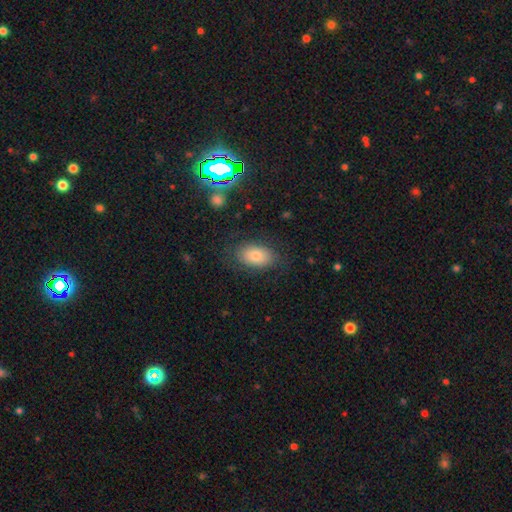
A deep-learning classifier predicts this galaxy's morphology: A smooth galaxy with no disk features (74%) that is in between round and cigar-shaped (89%).

Vote fractions:
- Smooth or featured? smooth: 74% / featured or disk: 14% / star or artifact: 13%
- How rounded? in between: 89% / round: 10% / cigar-shaped: 1%
- Merging? none: 80% / minor disturbance: 13% / major disturbance: 5% / merger: 1%